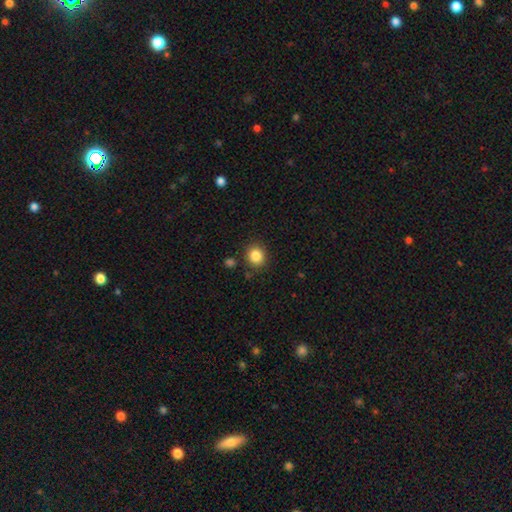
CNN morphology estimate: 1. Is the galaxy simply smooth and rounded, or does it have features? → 85% smooth, 10% star or artifact, 5% featured or disk.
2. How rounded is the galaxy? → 81% round, 18% in between, 1% cigar-shaped.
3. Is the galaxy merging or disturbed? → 87% none, 8% minor disturbance, 3% merger, 3% major disturbance.